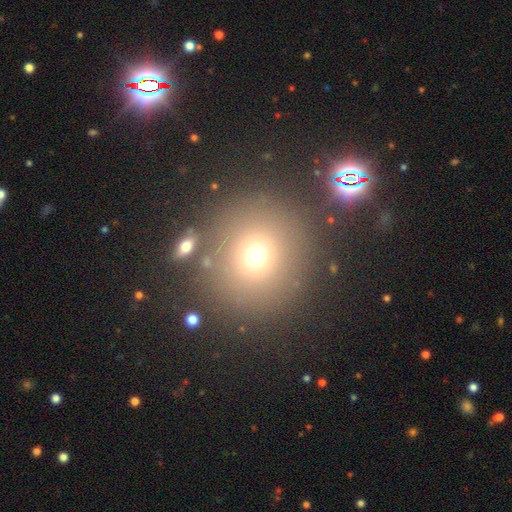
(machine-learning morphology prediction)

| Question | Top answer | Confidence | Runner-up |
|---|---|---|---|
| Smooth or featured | smooth | 66% | star or artifact (24%) |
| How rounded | round | 92% | in between (7%) |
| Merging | none | 83% | minor disturbance (7%) |